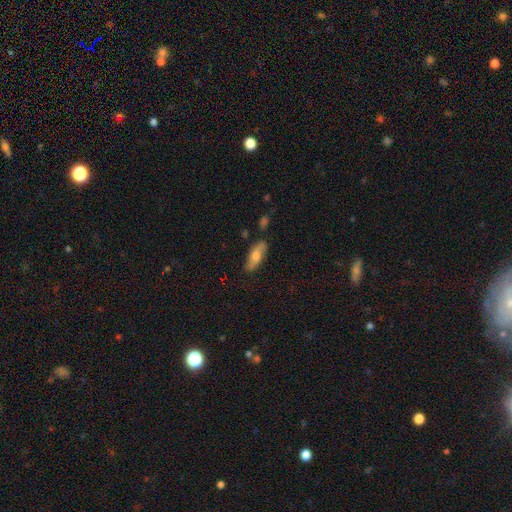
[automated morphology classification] This appears to be a smooth galaxy with no disk features (55%) that is in between round and cigar-shaped (65%). Merging: none (79%).